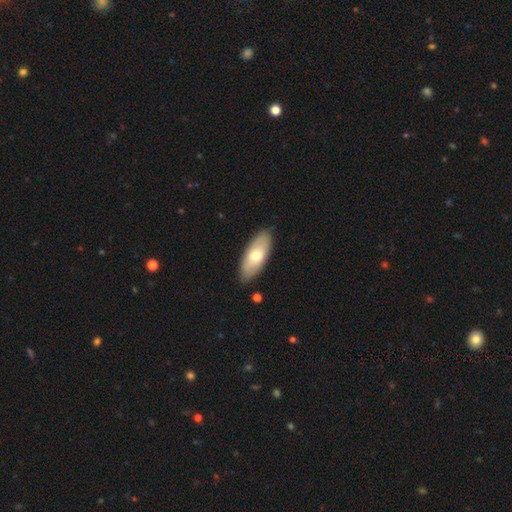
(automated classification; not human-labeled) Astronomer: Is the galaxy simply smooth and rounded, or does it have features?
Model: smooth — 66%.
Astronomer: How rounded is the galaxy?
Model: in between — 83%.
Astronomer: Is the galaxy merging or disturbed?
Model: none — 86%.